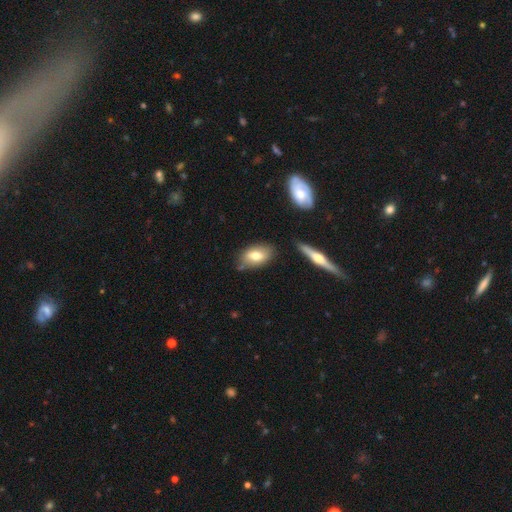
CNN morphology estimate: Smooth or featured? Predicted: smooth (p=0.72). How rounded? Predicted: in between (p=0.90). Merging? Predicted: none (p=0.72).